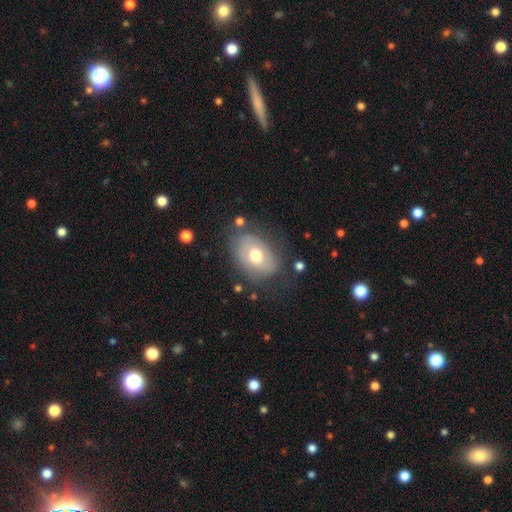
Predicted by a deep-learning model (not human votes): Overall: smooth (48%; featured or disk 44%). Merging: none (66%).